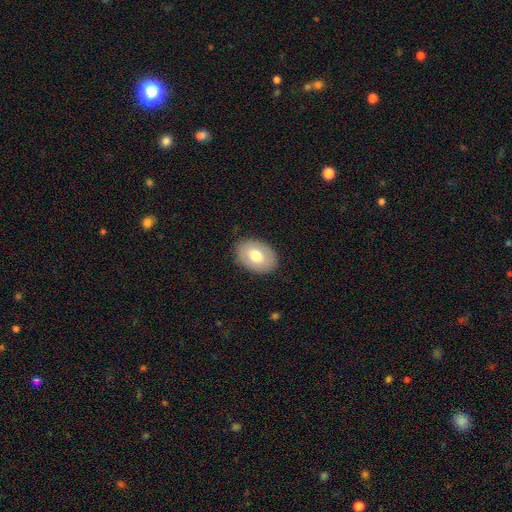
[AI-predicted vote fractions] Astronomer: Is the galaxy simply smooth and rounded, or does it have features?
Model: smooth — 72%.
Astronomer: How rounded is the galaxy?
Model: in between — 81%.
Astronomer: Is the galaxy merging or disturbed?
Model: none — 87%.